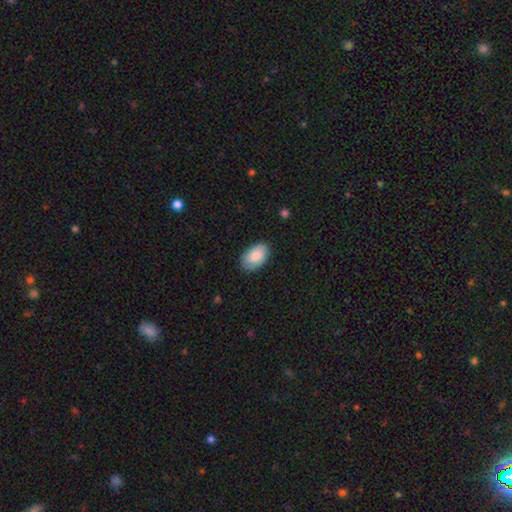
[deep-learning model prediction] Smooth or featured? smooth (87%)
How rounded? in between (94%)
Merging? none (83%)